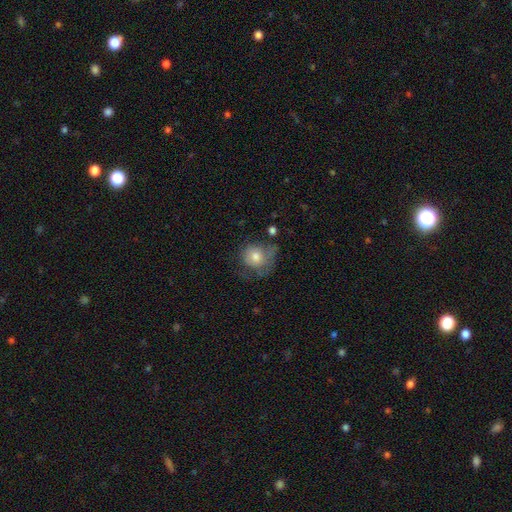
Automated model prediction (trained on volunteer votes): smooth 68%, featured or disk 22%, star or artifact 9%. Down the decision tree: how rounded — round (77%); merging — none (40%).